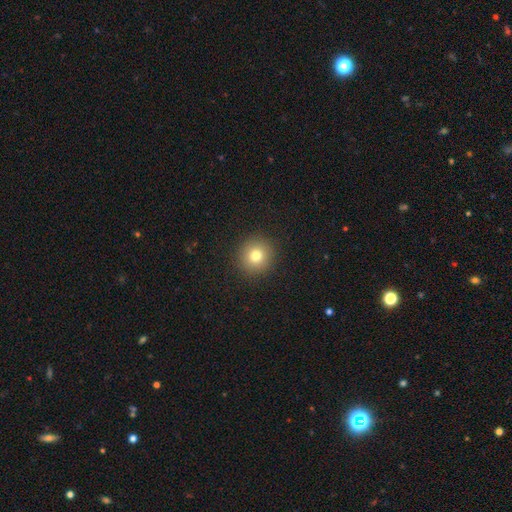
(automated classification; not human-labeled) Overall: smooth (78%). How rounded: round (93%). Merging: none (92%).